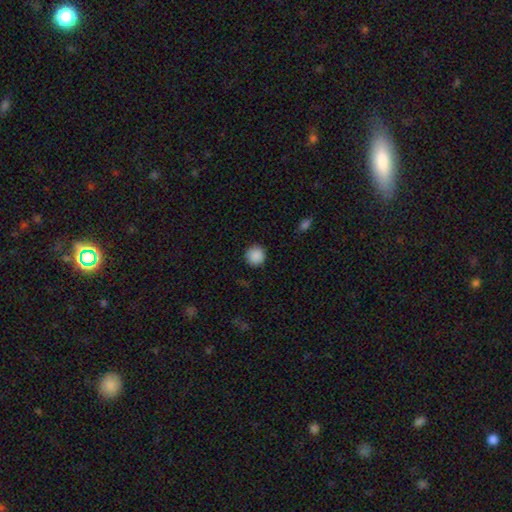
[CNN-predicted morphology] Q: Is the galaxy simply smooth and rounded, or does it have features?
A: smooth — 89%.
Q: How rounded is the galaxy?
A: round — 94%.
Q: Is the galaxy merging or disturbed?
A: none — 91%.